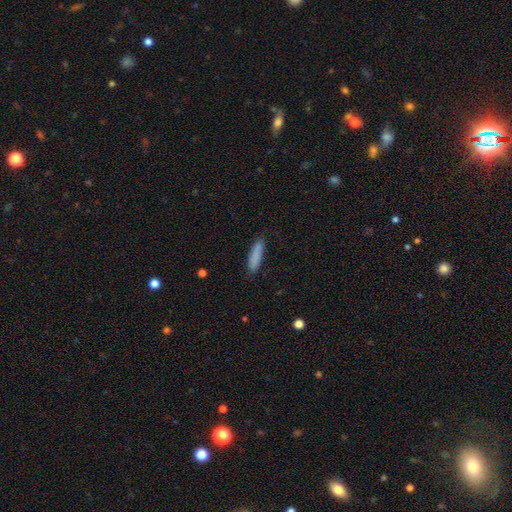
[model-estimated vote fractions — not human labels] Morphology: type=smooth (86%); roundness=cigar-shaped (78%); merging=none (82%).